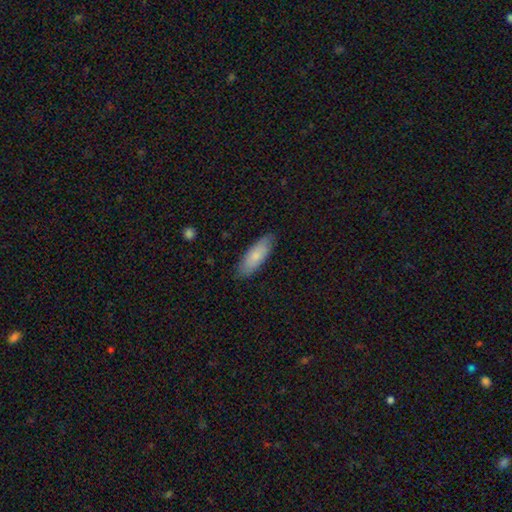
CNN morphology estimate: Smooth or featured: smooth — 79% (featured or disk — 15%)
How rounded: in between — 63% (cigar-shaped — 36%)
Merging: none — 85% (minor disturbance — 12%)